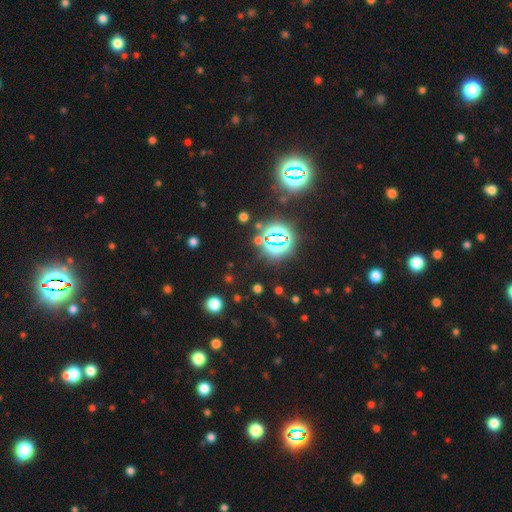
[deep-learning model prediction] Smooth or featured?
  - star or artifact: 79% *
  - smooth: 14%
  - featured or disk: 7%